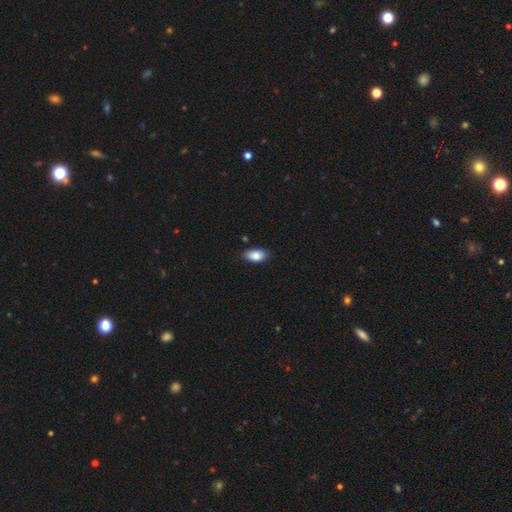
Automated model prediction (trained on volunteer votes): smooth-or-featured: smooth: 86% | star or artifact: 7% | featured or disk: 7%
  how-rounded: in between: 92% | round: 5% | cigar-shaped: 2%
  merging: none: 82% | minor disturbance: 14% | major disturbance: 2% | merger: 1%